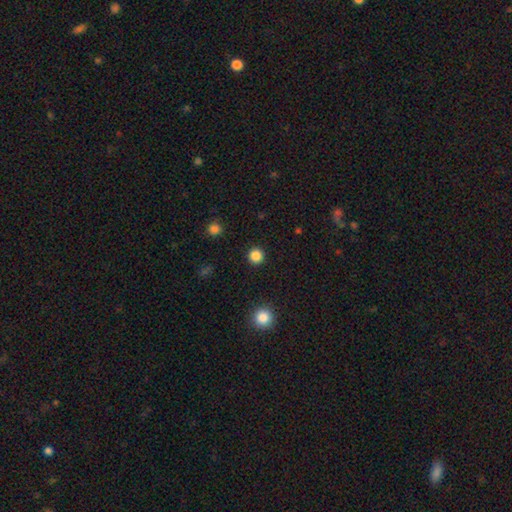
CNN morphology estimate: The model was most divided on "smooth or featured": smooth: 85%, star or artifact: 12%, featured or disk: 3%. More confident: how rounded — round (95%); merging — none (92%).